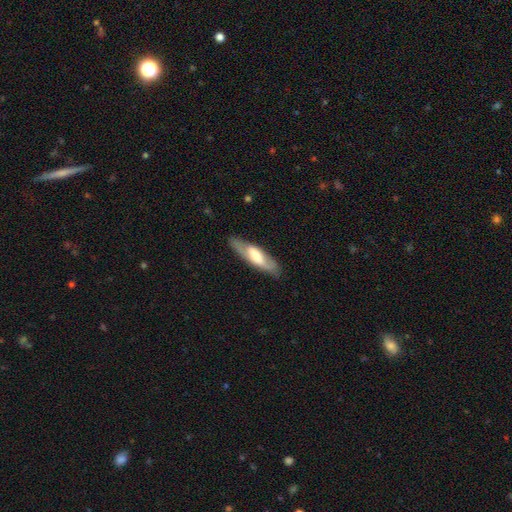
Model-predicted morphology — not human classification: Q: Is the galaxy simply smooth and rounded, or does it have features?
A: featured or disk — 54%.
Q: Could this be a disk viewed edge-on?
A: no — 58%.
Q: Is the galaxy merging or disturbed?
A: none — 80%.